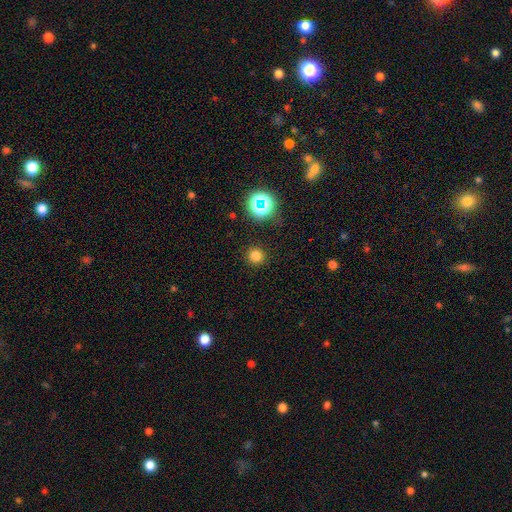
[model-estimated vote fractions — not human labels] smooth 75%, star or artifact 19%, featured or disk 5%. Down the decision tree: how rounded — round (95%); merging — none (90%).